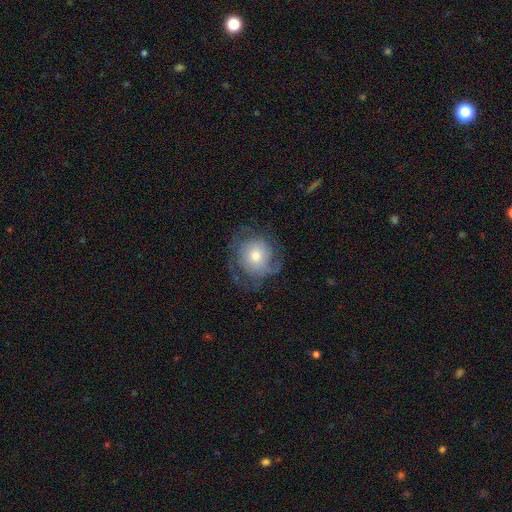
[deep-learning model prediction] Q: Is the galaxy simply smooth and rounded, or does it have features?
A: featured or disk — 53%.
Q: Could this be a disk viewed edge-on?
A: no — 97%.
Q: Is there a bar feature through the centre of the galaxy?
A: no — 84%.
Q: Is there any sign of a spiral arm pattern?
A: yes — 70%.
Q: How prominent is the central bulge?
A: moderate — 61%.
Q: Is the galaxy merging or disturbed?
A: none — 61%.